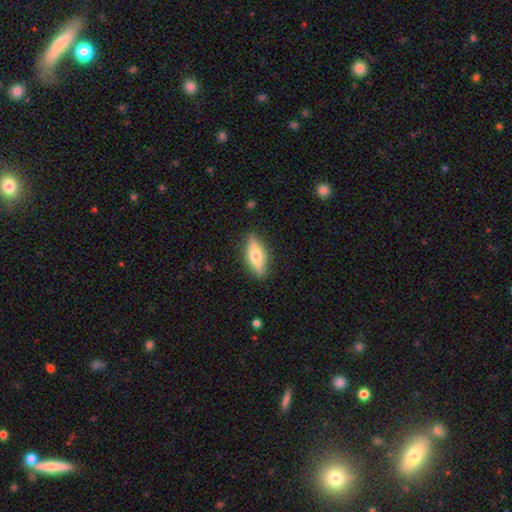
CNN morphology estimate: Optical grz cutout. It shows a smooth galaxy with no disk features (52%) that is in between round and cigar-shaped (51%). Merging: none (85%).